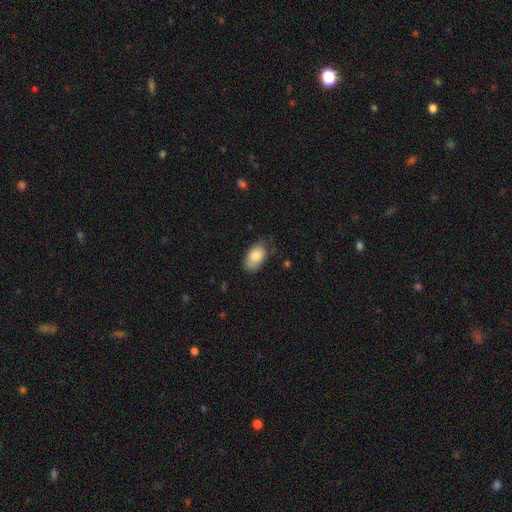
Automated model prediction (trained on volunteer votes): Smooth or featured: smooth — 82% (featured or disk — 12%)
How rounded: in between — 93% (round — 5%)
Merging: none — 65% (minor disturbance — 28%)